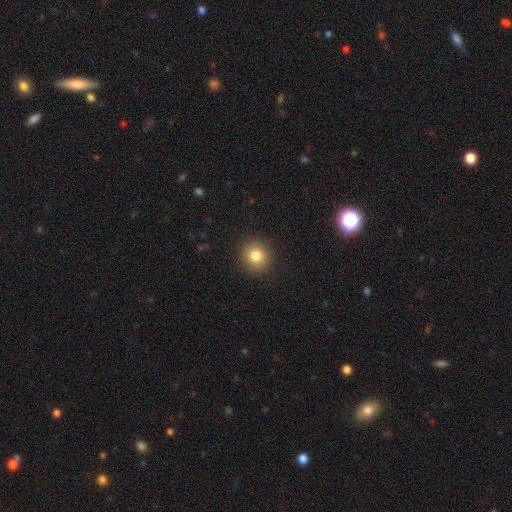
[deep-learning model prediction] Smooth or featured: smooth — 82% (star or artifact — 11%)
How rounded: round — 87% (in between — 12%)
Merging: none — 91% (minor disturbance — 6%)